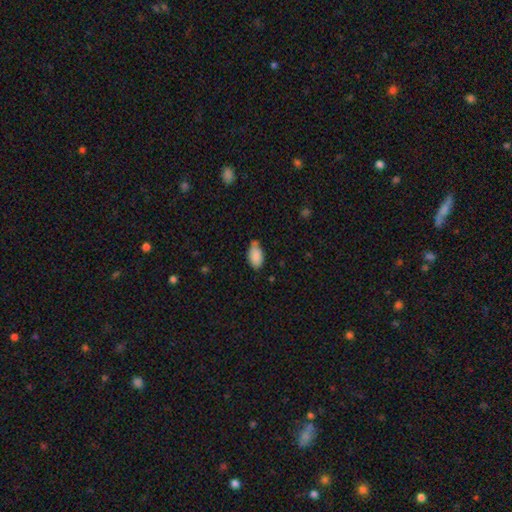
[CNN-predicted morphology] type=smooth (87%); roundness=in between (94%); merging=none (60%).